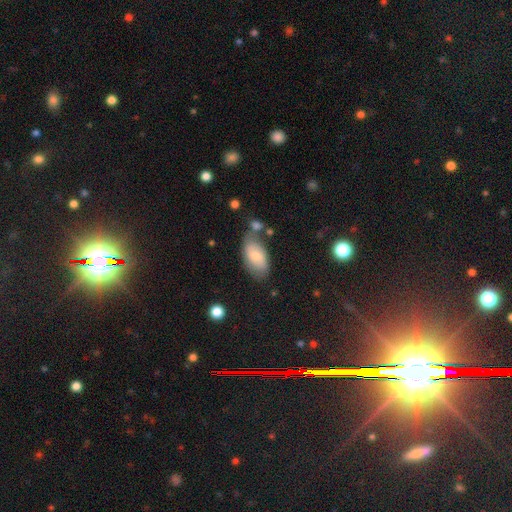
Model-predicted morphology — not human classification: Smooth or featured? smooth (74%)
How rounded? in between (94%)
Merging? none (60%)